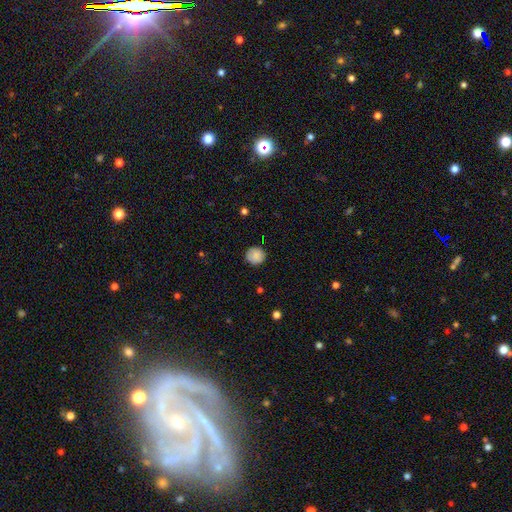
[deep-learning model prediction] A smooth galaxy with no disk features (87%) that is round (92%). Merging: none (88%).